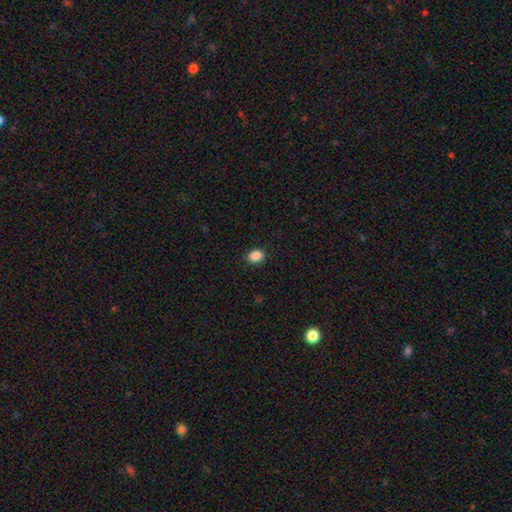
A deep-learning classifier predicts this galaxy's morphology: A smooth galaxy with no disk features (88%) that is in between round and cigar-shaped (63%). Merging: none (88%).